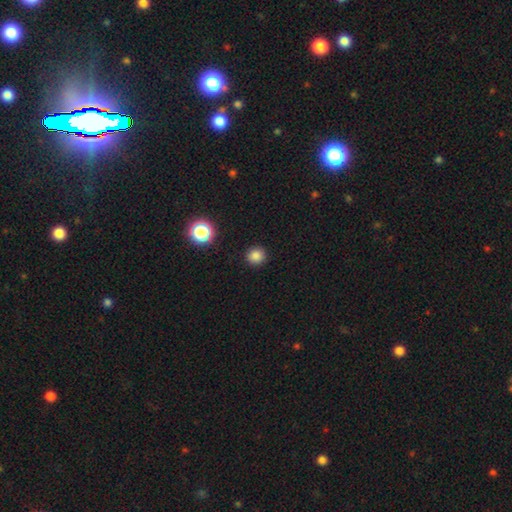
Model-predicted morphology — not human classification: The model was most divided on "smooth or featured": smooth: 83%, star or artifact: 14%, featured or disk: 3%. More confident: merging — none (91%); how rounded — round (90%).